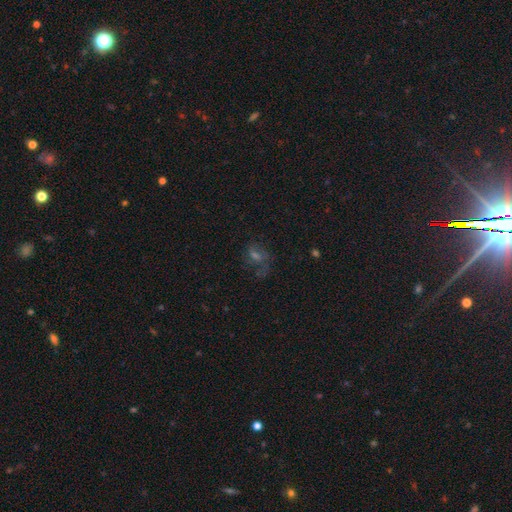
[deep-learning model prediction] Overall: featured or disk (41%; star or artifact 30%). Merging: none (53%; major disturbance 24%).